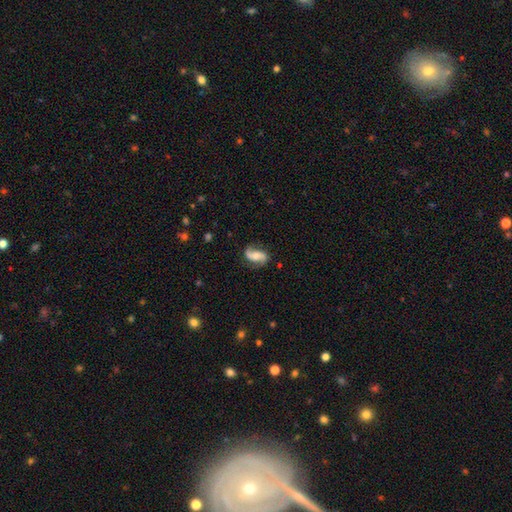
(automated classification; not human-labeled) Smooth or featured: featured or disk — 79% (smooth — 15%)
Edge-on disk: no — 97% (yes — 3%)
Bar: no — 50% (weak — 33%)
Spiral arms: yes — 95% (no — 5%)
Spiral winding: loose — 57% (medium — 31%)
Spiral arm count: 2 — 92% (can't tell — 3%)
Bulge size: moderate — 58% (small — 30%)
Merging: none — 79% (minor disturbance — 14%)